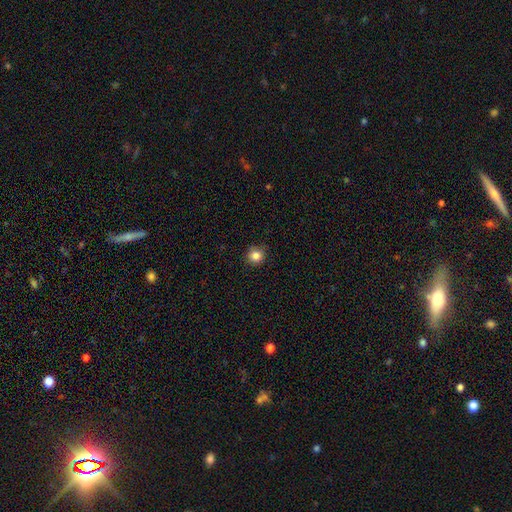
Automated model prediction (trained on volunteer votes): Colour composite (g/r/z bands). It shows a smooth galaxy with no disk features (84%) that is round (93%). Merging: none (89%).